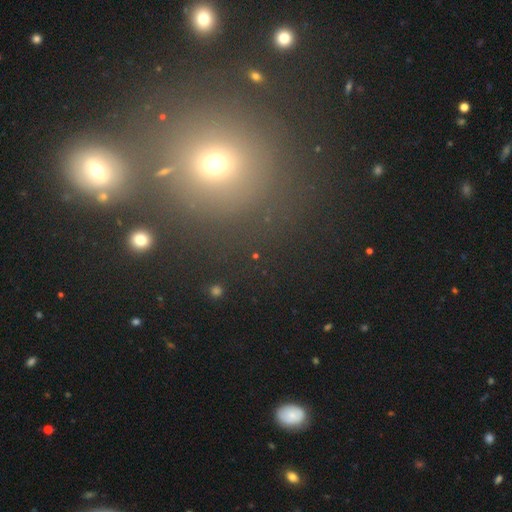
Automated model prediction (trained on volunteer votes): Smooth or featured?
  - star or artifact: 46% *
  - smooth: 43%
  - featured or disk: 12%